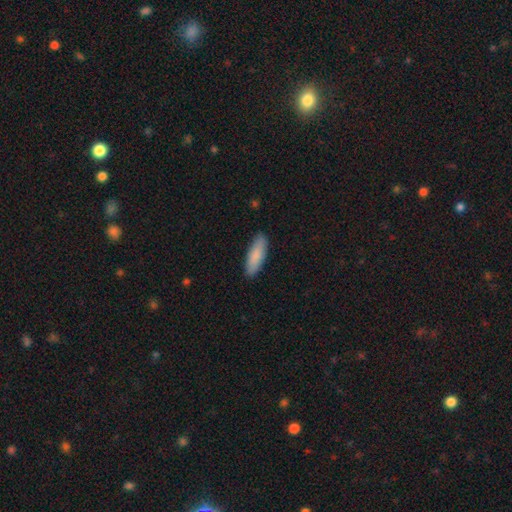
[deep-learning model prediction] smooth-or-featured: smooth: 87% | featured or disk: 7% | star or artifact: 5%
  how-rounded: in between: 52% | cigar-shaped: 46% | round: 2%
  merging: none: 88% | minor disturbance: 9% | major disturbance: 2% | merger: 1%